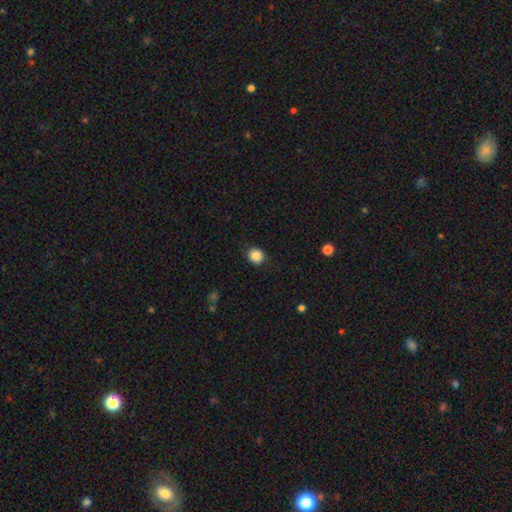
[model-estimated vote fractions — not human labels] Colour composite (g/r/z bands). It shows a smooth galaxy with no disk features (86%) that is round (87%). Merging: none (89%).